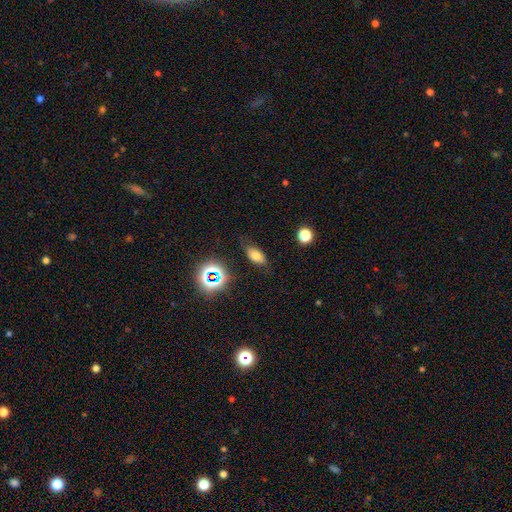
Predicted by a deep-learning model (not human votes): The model was most divided on "smooth or featured": smooth: 69%, star or artifact: 17%, featured or disk: 14%. More confident: how rounded — in between (84%); merging — none (74%).